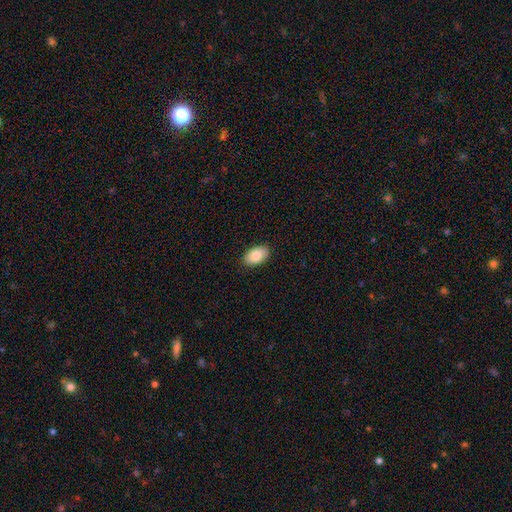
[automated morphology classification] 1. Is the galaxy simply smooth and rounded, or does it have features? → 84% smooth, 9% featured or disk, 7% star or artifact.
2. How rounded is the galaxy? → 93% in between, 6% round, 1% cigar-shaped.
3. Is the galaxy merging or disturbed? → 89% none, 8% minor disturbance, 2% major disturbance, 1% merger.